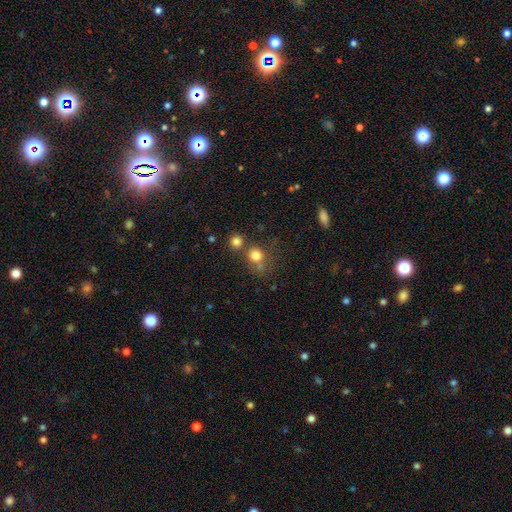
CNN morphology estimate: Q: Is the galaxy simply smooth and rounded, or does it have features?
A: smooth — 77%.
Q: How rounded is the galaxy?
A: round — 83%.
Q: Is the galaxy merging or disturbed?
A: none — 55%.